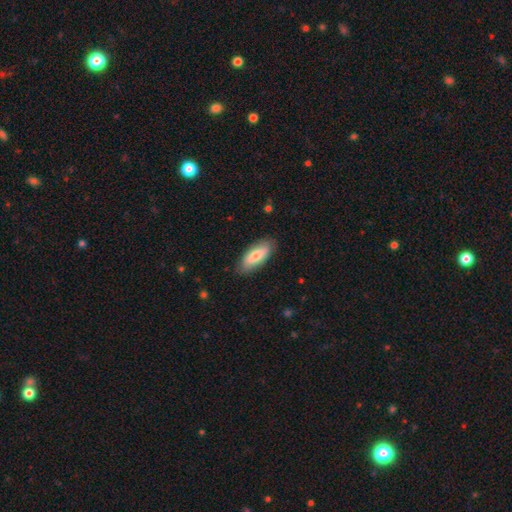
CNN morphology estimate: smooth 74%, featured or disk 20%, star or artifact 5%. Down the decision tree: how rounded — in between (78%); merging — none (84%).